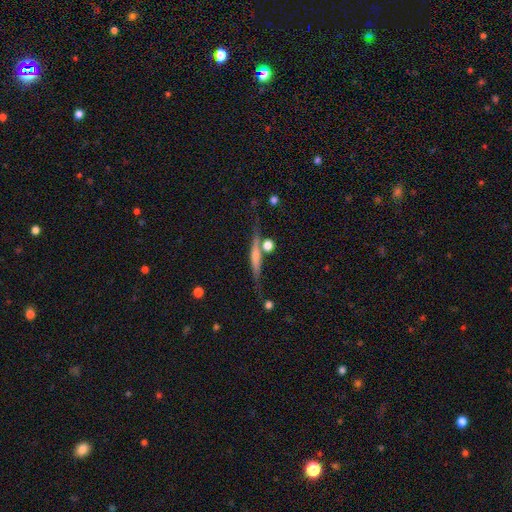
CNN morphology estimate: A featured or disk galaxy (52%) viewed edge-on (93%). Merging: none (70%).